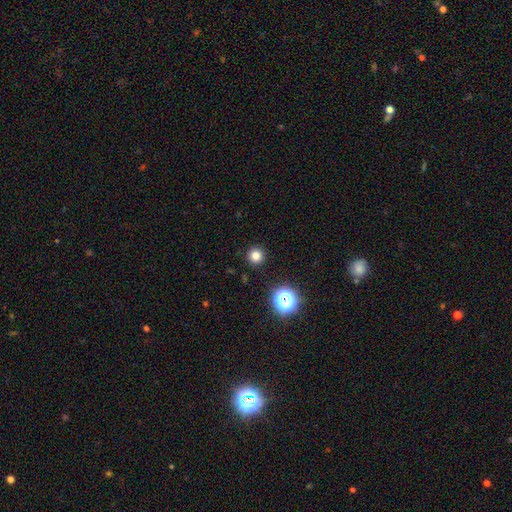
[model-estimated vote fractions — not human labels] A smooth galaxy with no disk features (80%) that is round (95%). Merging: none (92%).